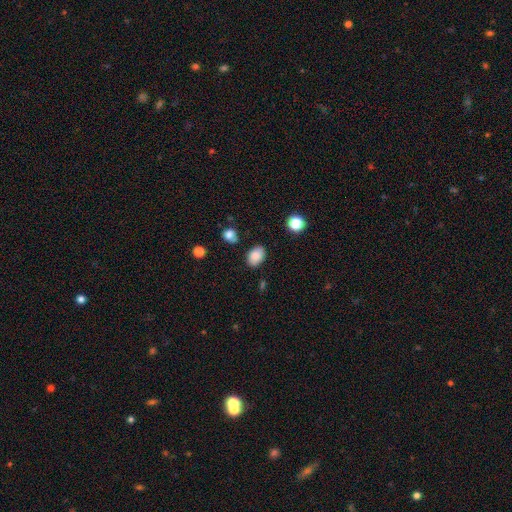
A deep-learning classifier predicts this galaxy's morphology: Smooth or featured: smooth — 86% (star or artifact — 9%)
How rounded: in between — 78% (round — 21%)
Merging: none — 80% (minor disturbance — 13%)